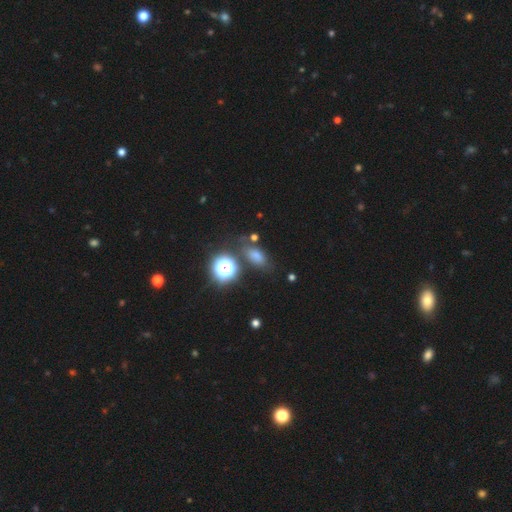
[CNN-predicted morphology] Overall: smooth (68%). How rounded: in between (79%). Merging: none (70%).